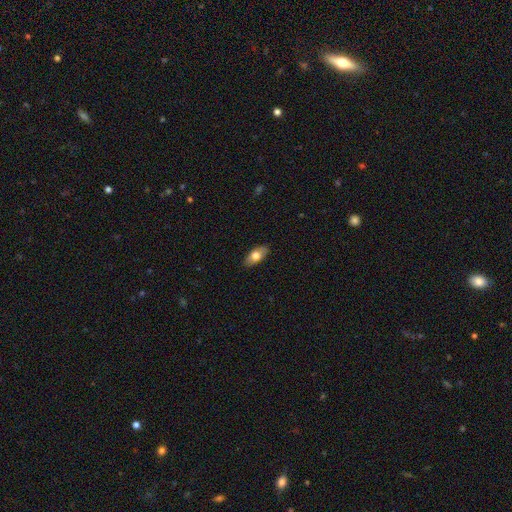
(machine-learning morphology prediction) smooth-or-featured: smooth: 72% | featured or disk: 22% | star or artifact: 6%
  how-rounded: in between: 87% | cigar-shaped: 9% | round: 3%
  merging: none: 88% | minor disturbance: 9% | major disturbance: 2% | merger: 1%